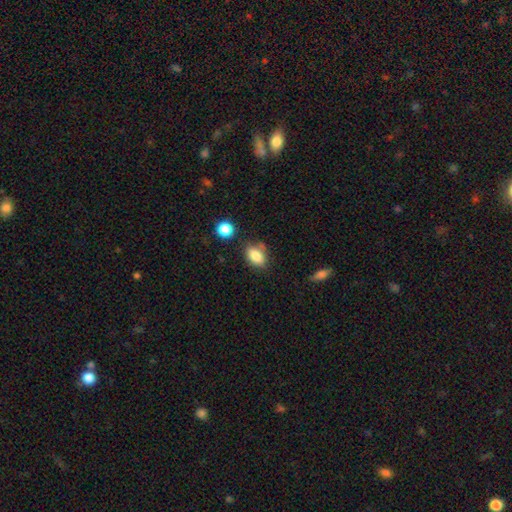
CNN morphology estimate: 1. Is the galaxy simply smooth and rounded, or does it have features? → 85% smooth, 9% star or artifact, 6% featured or disk.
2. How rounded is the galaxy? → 84% in between, 14% round, 2% cigar-shaped.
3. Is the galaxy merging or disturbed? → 68% none, 19% minor disturbance, 8% merger, 5% major disturbance.